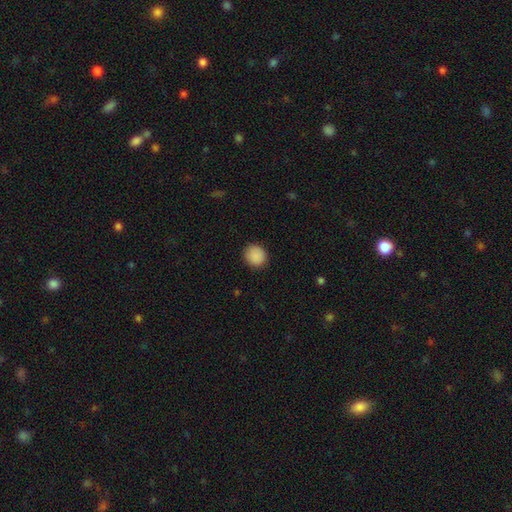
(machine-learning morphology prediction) Q: Smooth or featured?
A: smooth (89%); runner-up: star or artifact (8%)
Q: How rounded?
A: round (86%); runner-up: in between (13%)
Q: Merging?
A: none (89%); runner-up: minor disturbance (8%)